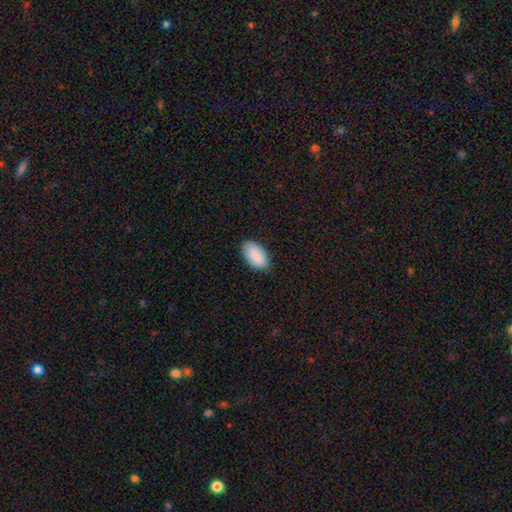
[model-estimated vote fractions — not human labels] Overall: smooth (86%). How rounded: in between (95%). Merging: none (81%).